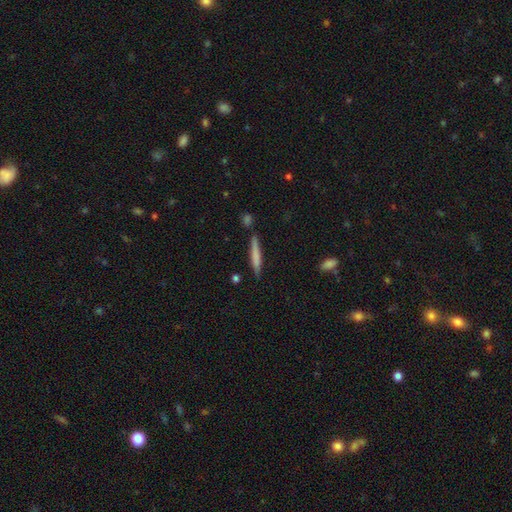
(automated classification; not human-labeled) Q: Smooth or featured?
A: smooth (66%); runner-up: featured or disk (28%)
Q: How rounded?
A: cigar-shaped (94%); runner-up: in between (5%)
Q: Merging?
A: none (82%); runner-up: minor disturbance (12%)